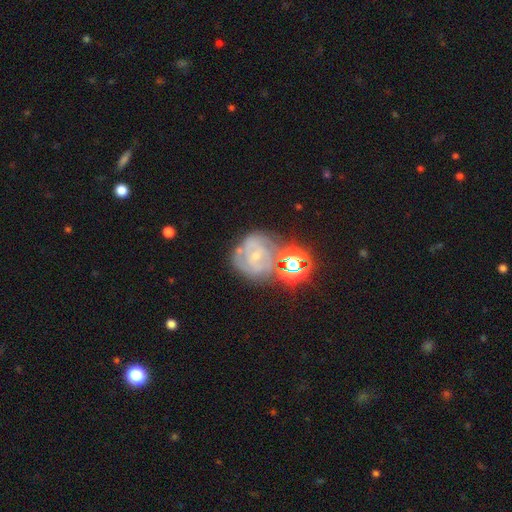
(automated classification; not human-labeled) This appears to be a featured or disk galaxy (64%) with no bar (55%), spiral arms (80%) and a small central bulge (74%). Merging: none (59%).